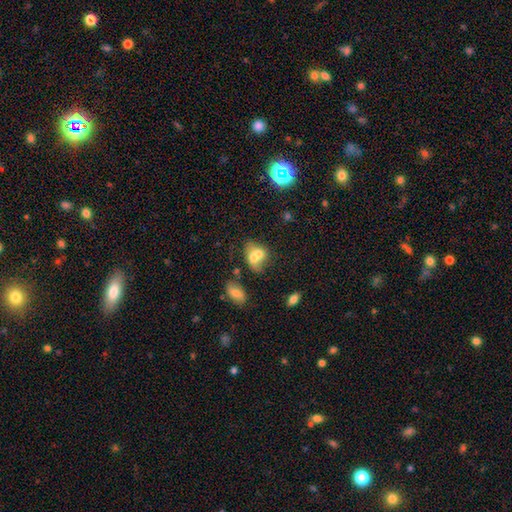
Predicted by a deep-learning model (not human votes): A smooth galaxy with no disk features (66%) that is in between round and cigar-shaped (64%).

Vote fractions:
- Smooth or featured? smooth: 66% / featured or disk: 23% / star or artifact: 11%
- How rounded? in between: 64% / round: 34% / cigar-shaped: 2%
- Merging? merger: 61% / none: 23% / minor disturbance: 10% / major disturbance: 6%